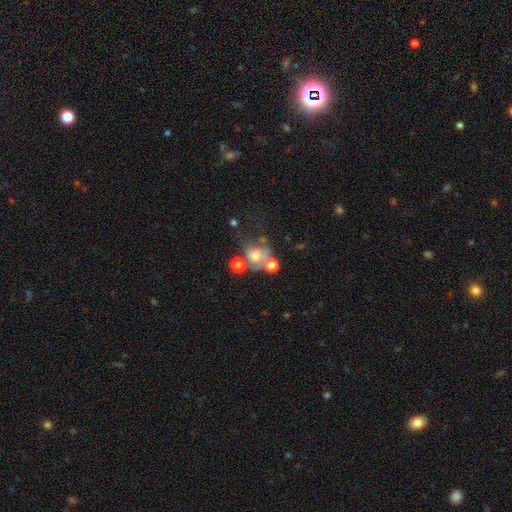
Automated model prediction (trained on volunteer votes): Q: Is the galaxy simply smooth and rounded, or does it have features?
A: smooth — 61%.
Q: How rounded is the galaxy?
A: round — 70%.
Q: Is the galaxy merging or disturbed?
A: merger — 35%.